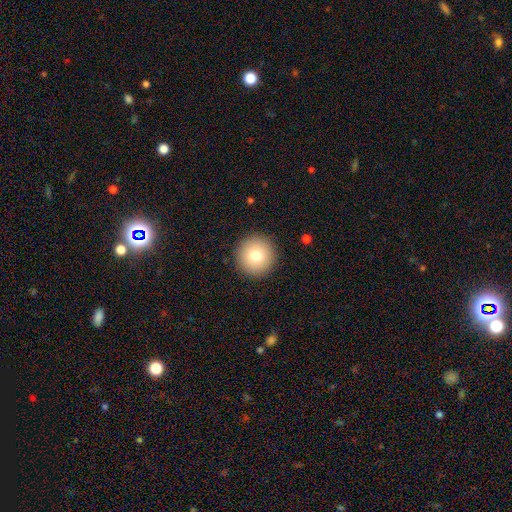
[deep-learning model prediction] smooth_or_featured: smooth (p=0.78) [alt: featured or disk p=0.12]
how_rounded: round (p=0.96) [alt: in between p=0.03]
merging: none (p=0.92) [alt: minor disturbance p=0.05]